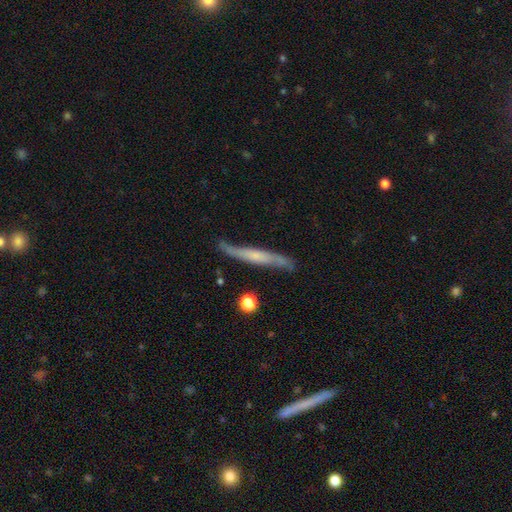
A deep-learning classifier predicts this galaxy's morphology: A featured or disk galaxy (63%) viewed edge-on (72%).

Vote fractions:
- Smooth or featured? featured or disk: 63% / smooth: 31% / star or artifact: 6%
- Edge-on disk? yes: 72% / no: 28%
- Merging? none: 70% / minor disturbance: 22% / major disturbance: 5% / merger: 3%